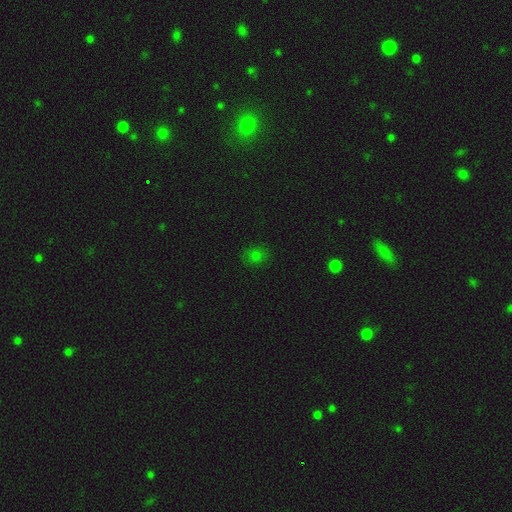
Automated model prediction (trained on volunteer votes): The model was most divided on "how rounded": round: 69%, in between: 29%, cigar-shaped: 1%. More confident: merging — none (82%); smooth or featured — smooth (72%).